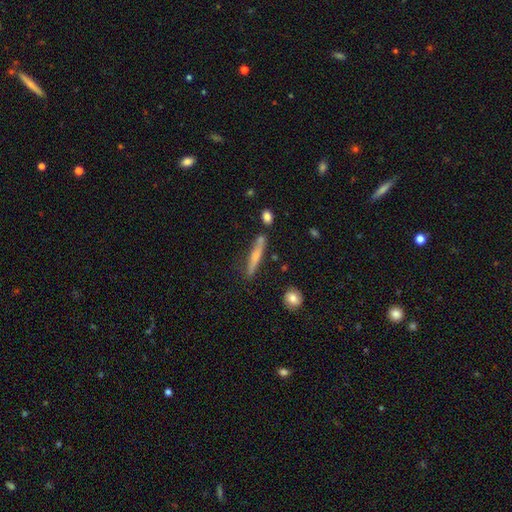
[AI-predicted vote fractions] smooth 53%, featured or disk 40%, star or artifact 7%. Down the decision tree: how rounded — cigar-shaped (92%); merging — none (76%).